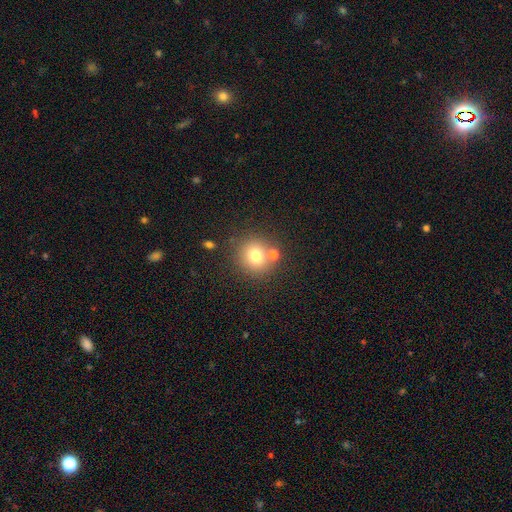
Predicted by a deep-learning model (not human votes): Overall: smooth (74%). How rounded: round (88%). Merging: none (70%).